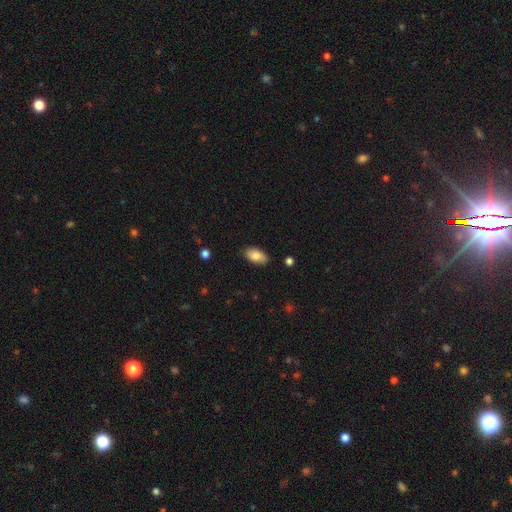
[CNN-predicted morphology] type=smooth (82%); roundness=in between (94%); merging=none (85%).